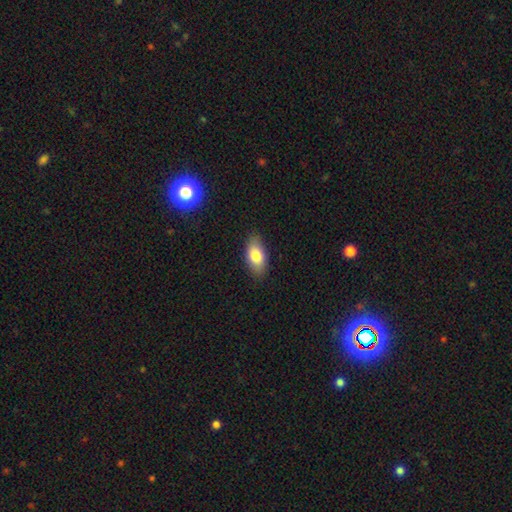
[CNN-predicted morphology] A smooth galaxy with no disk features (80%) that is in between round and cigar-shaped (91%). Merging: none (86%).